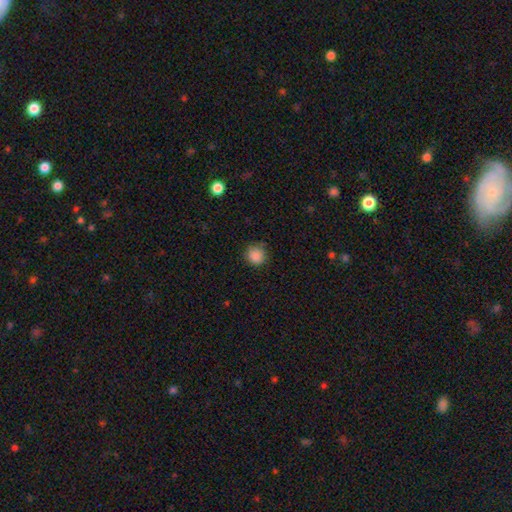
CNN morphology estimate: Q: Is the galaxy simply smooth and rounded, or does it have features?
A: smooth — 87%.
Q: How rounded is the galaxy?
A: round — 92%.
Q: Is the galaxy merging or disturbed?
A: none — 83%.